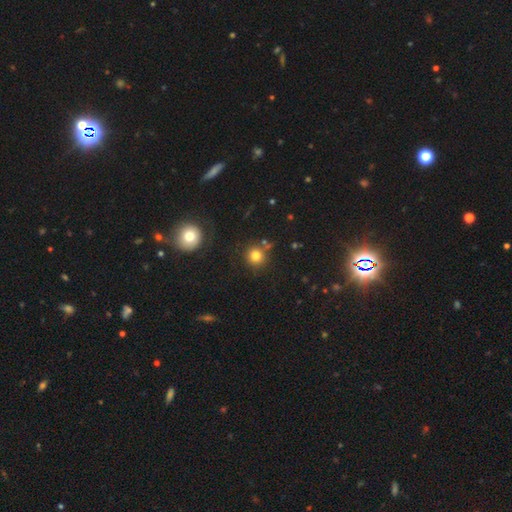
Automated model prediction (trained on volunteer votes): smooth 80%, star or artifact 13%, featured or disk 7%. Down the decision tree: how rounded — round (93%); merging — none (79%).